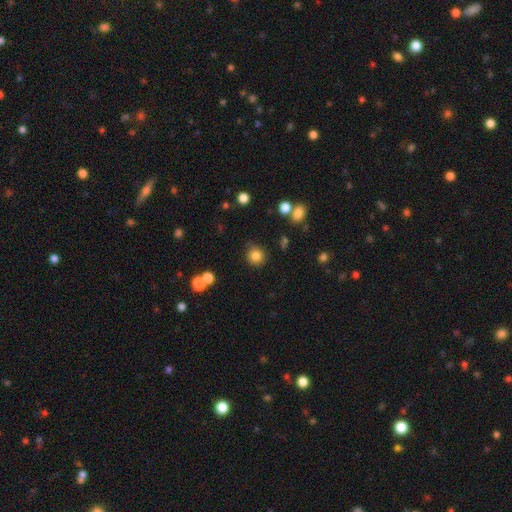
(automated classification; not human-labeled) This is clearly a smooth galaxy (83%). How rounded: clearly round (89%). Merging: clearly none (81%).